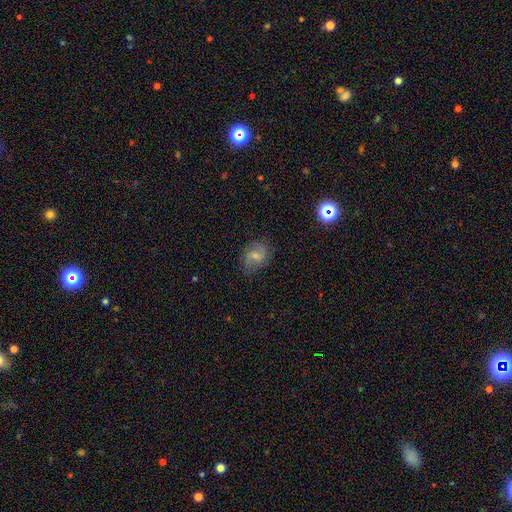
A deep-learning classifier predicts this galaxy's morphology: This appears to be a featured or disk galaxy (51%). Merging: none (76%).